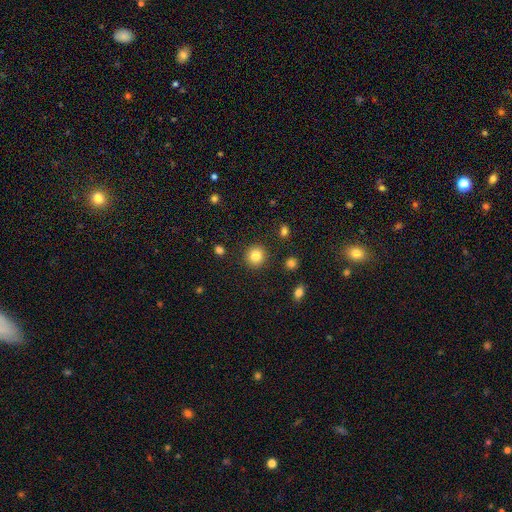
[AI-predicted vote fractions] Overall: smooth (84%). How rounded: round (92%). Merging: none (90%).